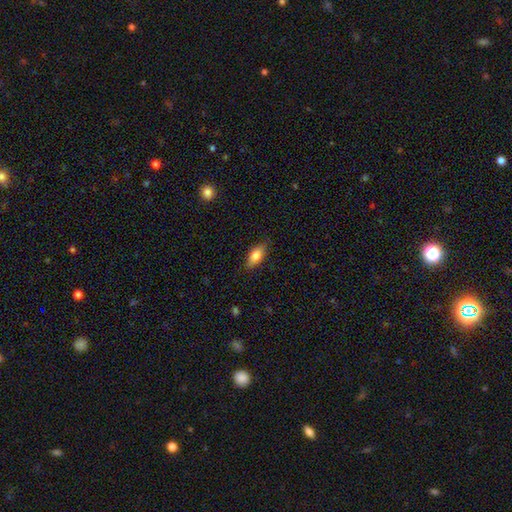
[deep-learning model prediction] This is likely a smooth galaxy (79%). How rounded: clearly in between (83%). Merging: clearly none (84%).